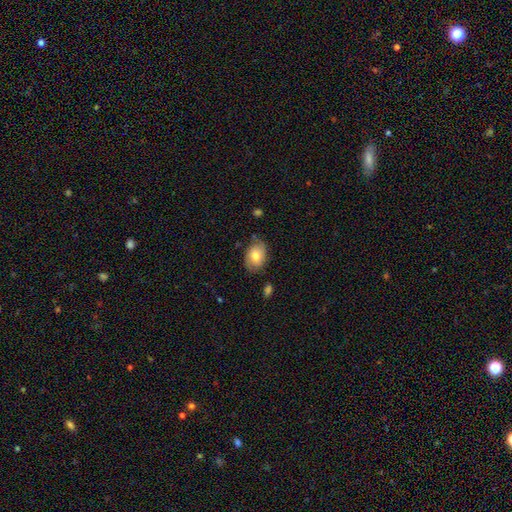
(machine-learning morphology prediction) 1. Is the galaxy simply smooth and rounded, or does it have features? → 67% smooth, 25% featured or disk, 8% star or artifact.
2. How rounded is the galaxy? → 78% in between, 21% round, 1% cigar-shaped.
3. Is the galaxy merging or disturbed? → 71% none, 22% minor disturbance, 5% major disturbance, 2% merger.